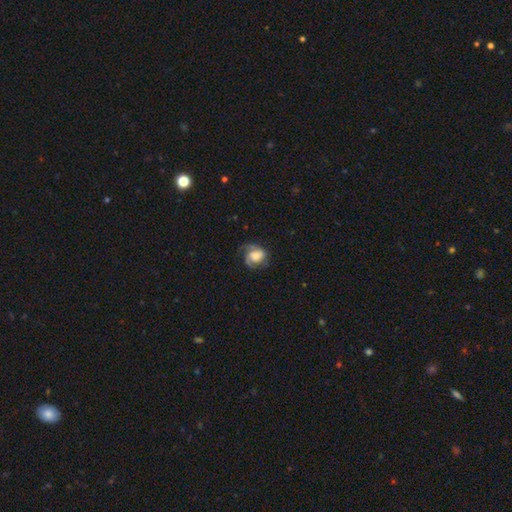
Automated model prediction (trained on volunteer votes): Smooth or featured: featured or disk — 57% (smooth — 35%)
Edge-on disk: no — 97% (yes — 3%)
Bar: no — 63% (weak — 29%)
Spiral arms: yes — 88% (no — 12%)
Bulge size: large — 33% (moderate — 30%)
Merging: none — 54% (minor disturbance — 24%)